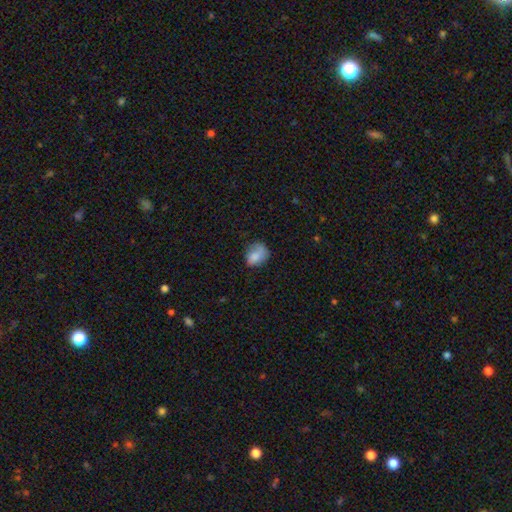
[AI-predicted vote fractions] smooth_or_featured: smooth (p=0.78) [alt: featured or disk p=0.13]
how_rounded: in between (p=0.56) [alt: round p=0.42]
merging: none (p=0.53) [alt: minor disturbance p=0.32]